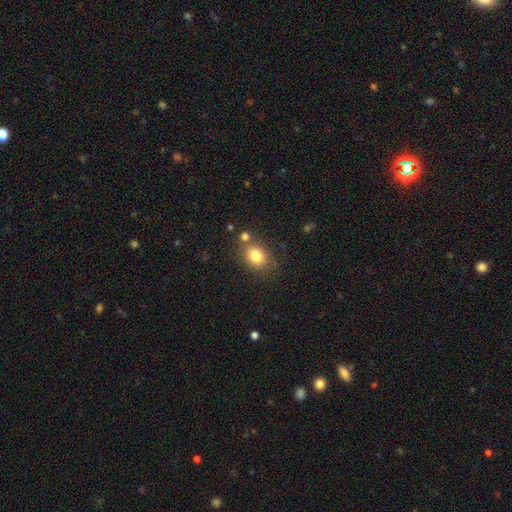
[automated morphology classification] This appears to be a smooth galaxy with no disk features (81%) that is round (50%). Merging: none (71%).